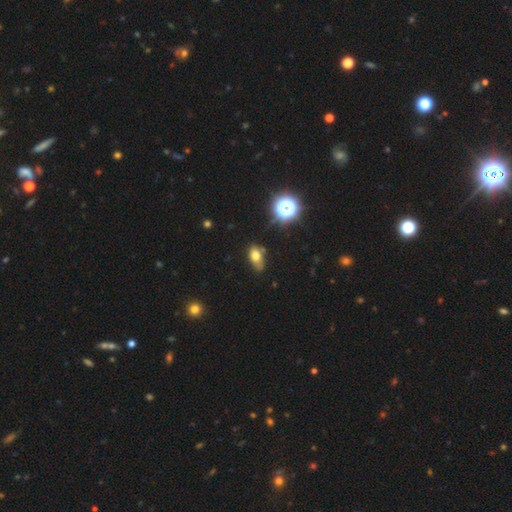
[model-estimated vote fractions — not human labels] A smooth galaxy with no disk features (72%) that is in between round and cigar-shaped (82%).

Vote fractions:
- Smooth or featured? smooth: 72% / star or artifact: 15% / featured or disk: 14%
- How rounded? in between: 82% / round: 14% / cigar-shaped: 4%
- Merging? none: 55% / minor disturbance: 30% / major disturbance: 9% / merger: 5%